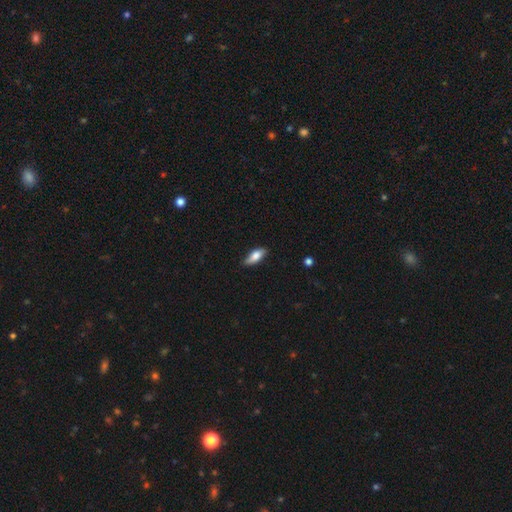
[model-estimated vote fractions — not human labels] Smooth or featured?
  - smooth: 77% *
  - featured or disk: 17%
  - star or artifact: 6%
How rounded?
  - in between: 75% *
  - cigar-shaped: 23%
  - round: 3%
Merging?
  - none: 79% *
  - minor disturbance: 17%
  - major disturbance: 3%
  - merger: 1%